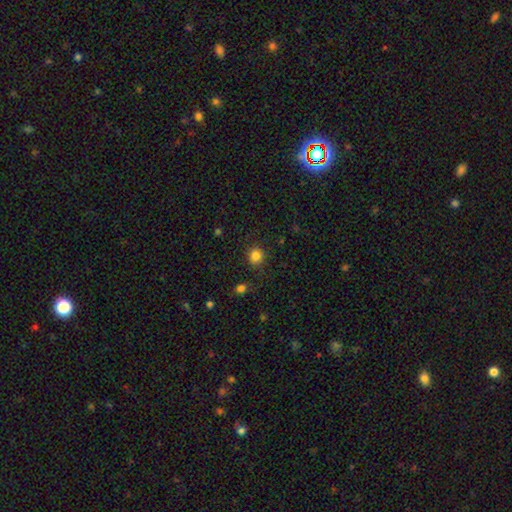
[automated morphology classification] smooth 84%, star or artifact 12%, featured or disk 5%. Down the decision tree: how rounded — round (86%); merging — none (87%).